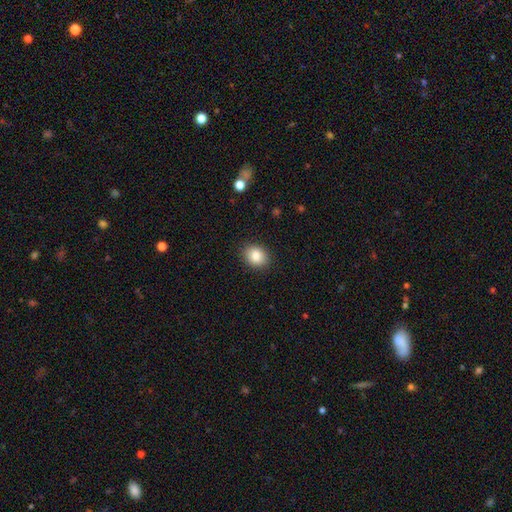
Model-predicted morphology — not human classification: Overall: smooth (86%). How rounded: round (50%; in between 49%). Merging: none (89%).